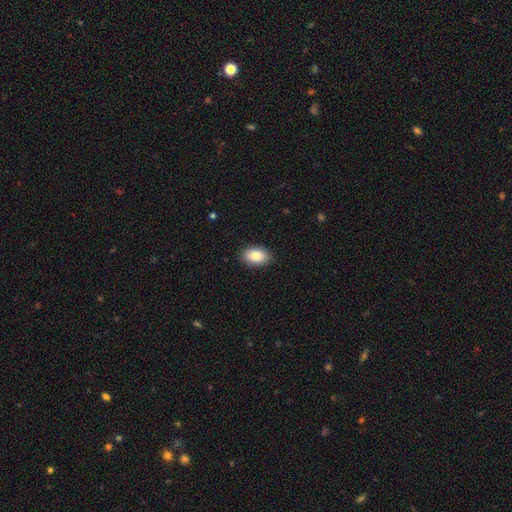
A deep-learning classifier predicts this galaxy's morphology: type=smooth (85%); roundness=in between (91%); merging=none (89%).